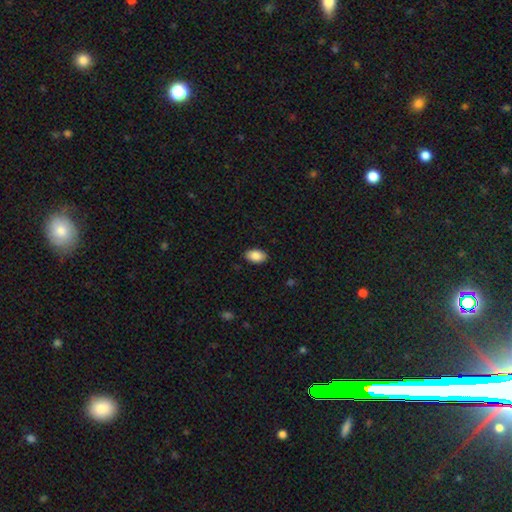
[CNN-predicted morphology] Smooth or featured: smooth — 88% (star or artifact — 7%)
How rounded: in between — 93% (round — 6%)
Merging: none — 88% (minor disturbance — 9%)